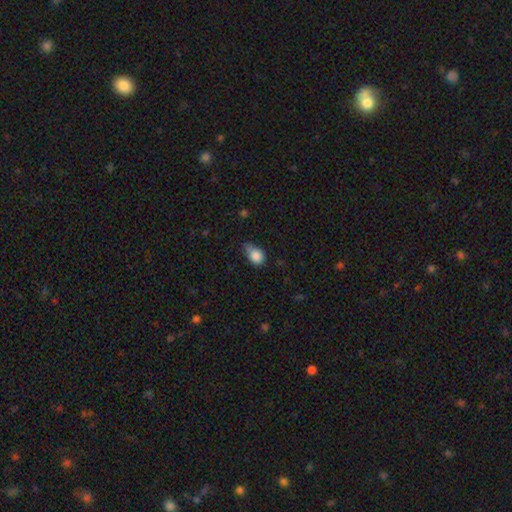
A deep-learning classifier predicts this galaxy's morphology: Smooth or featured: smooth — 84% (star or artifact — 9%)
How rounded: in between — 61% (round — 37%)
Merging: minor disturbance — 49% (none — 31%)